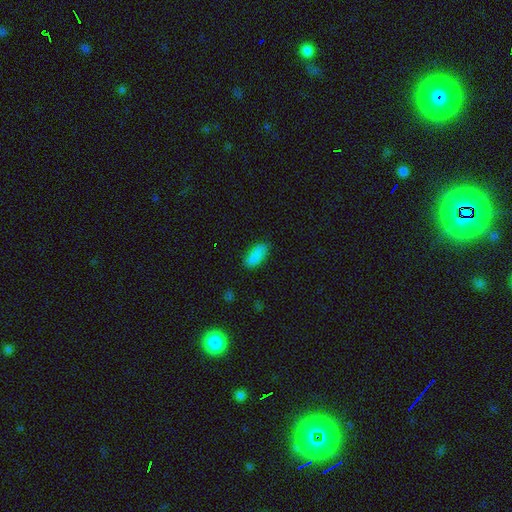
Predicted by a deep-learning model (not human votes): Overall: smooth (88%). How rounded: in between (87%). Merging: none (82%).